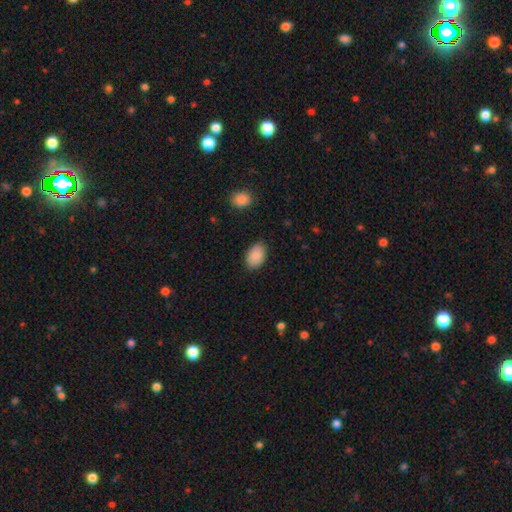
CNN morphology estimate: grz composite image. It shows a smooth galaxy with no disk features (89%) that is in between round and cigar-shaped (90%). Merging: none (86%).